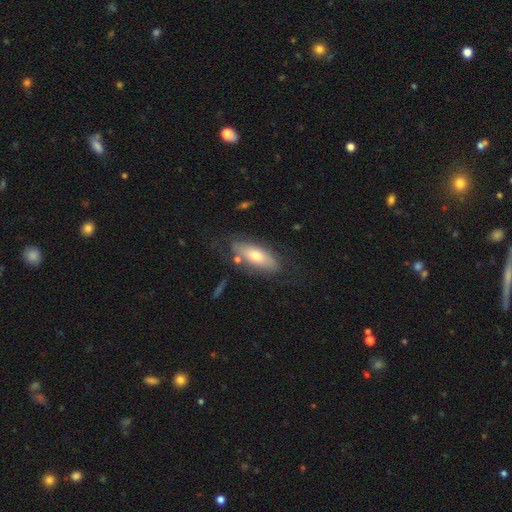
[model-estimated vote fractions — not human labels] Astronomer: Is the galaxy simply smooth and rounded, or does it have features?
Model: smooth — 59% (runner-up: featured or disk, 34%).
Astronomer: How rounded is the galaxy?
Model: in between — 75%.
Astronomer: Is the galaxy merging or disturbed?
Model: none — 66%.